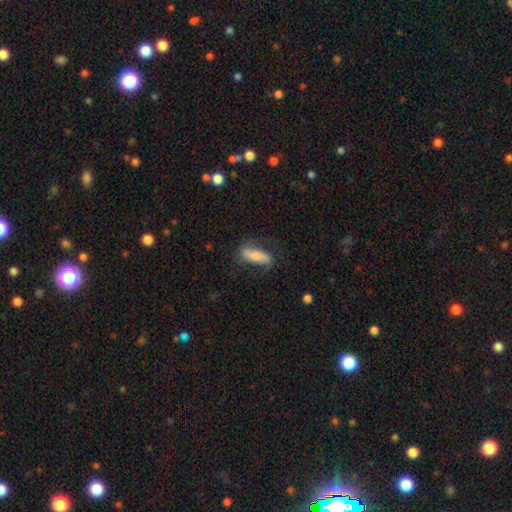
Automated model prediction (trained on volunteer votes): A smooth galaxy with no disk features (58%) that is cigar-shaped (49%, tied with in between). Merging: none (68%).